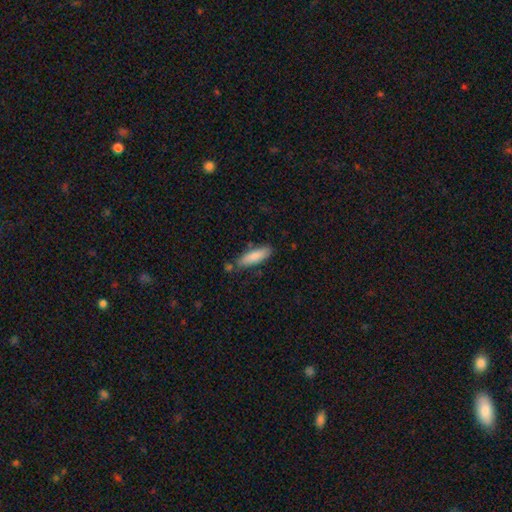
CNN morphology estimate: smooth_or_featured: smooth (p=0.84) [alt: featured or disk p=0.11]
how_rounded: cigar-shaped (p=0.57) [alt: in between p=0.42]
merging: none (p=0.75) [alt: minor disturbance p=0.15]